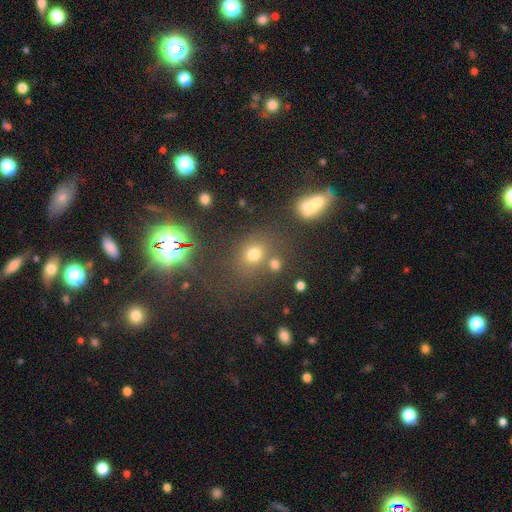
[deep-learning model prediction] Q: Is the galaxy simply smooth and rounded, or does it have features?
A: smooth — 50%.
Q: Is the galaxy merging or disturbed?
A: none — 63%.